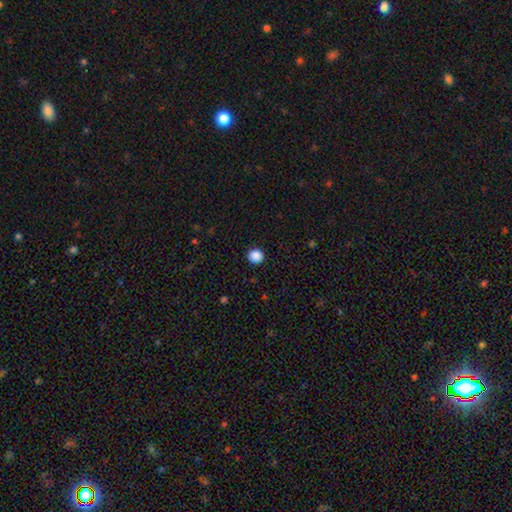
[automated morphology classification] Q: Smooth or featured?
A: smooth (88%); runner-up: star or artifact (10%)
Q: How rounded?
A: round (89%); runner-up: in between (10%)
Q: Merging?
A: none (92%); runner-up: minor disturbance (5%)